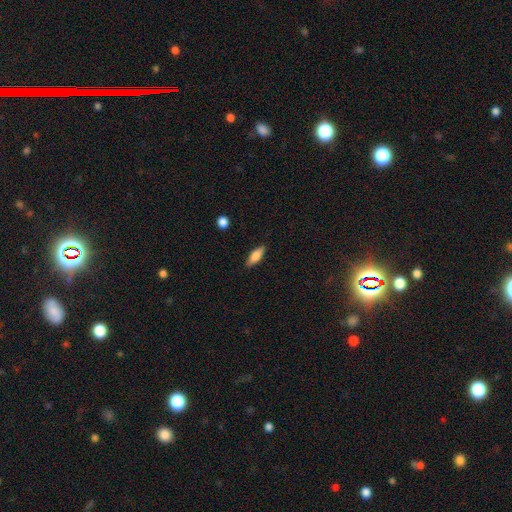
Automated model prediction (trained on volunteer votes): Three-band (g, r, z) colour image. It shows a smooth galaxy with no disk features (75%) that is in between round and cigar-shaped (63%). Merging: none (86%).